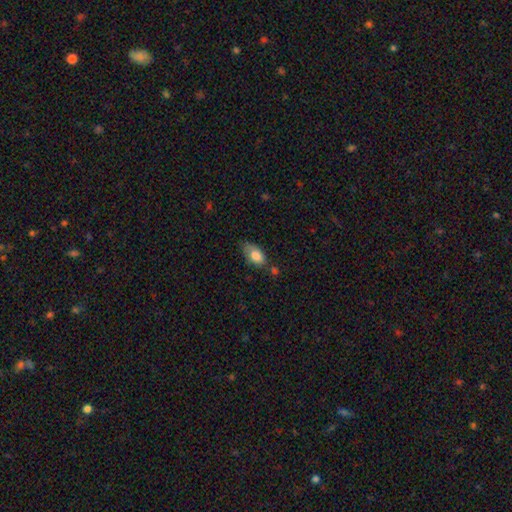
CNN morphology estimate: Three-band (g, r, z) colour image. It shows a smooth galaxy with no disk features (80%) that is in between round and cigar-shaped (91%). Merging: none (50%).